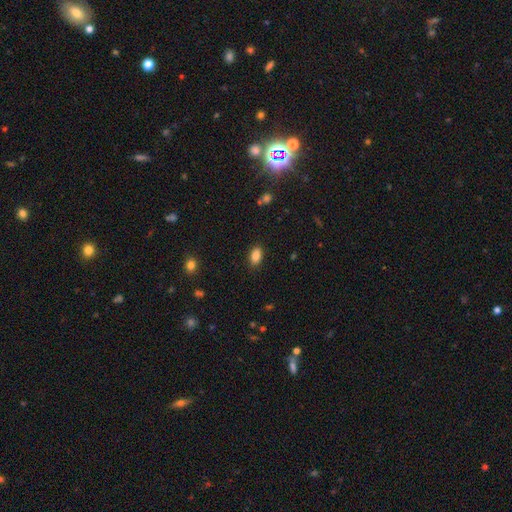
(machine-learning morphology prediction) Smooth or featured: smooth — 86% (star or artifact — 9%)
How rounded: in between — 90% (round — 7%)
Merging: none — 87% (minor disturbance — 9%)